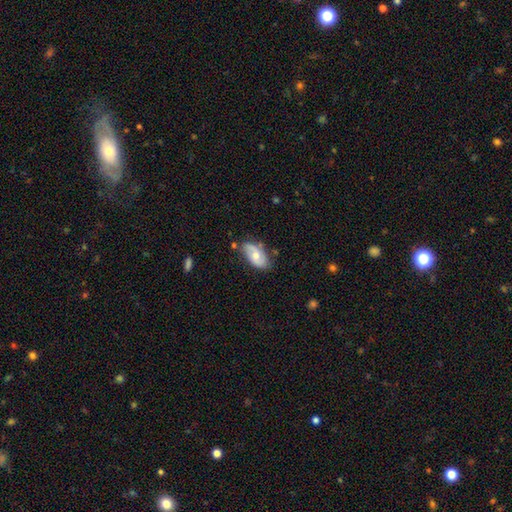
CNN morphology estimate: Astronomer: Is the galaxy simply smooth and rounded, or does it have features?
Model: smooth — 49% (runner-up: featured or disk, 45%).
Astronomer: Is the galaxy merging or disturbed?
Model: none — 65%.